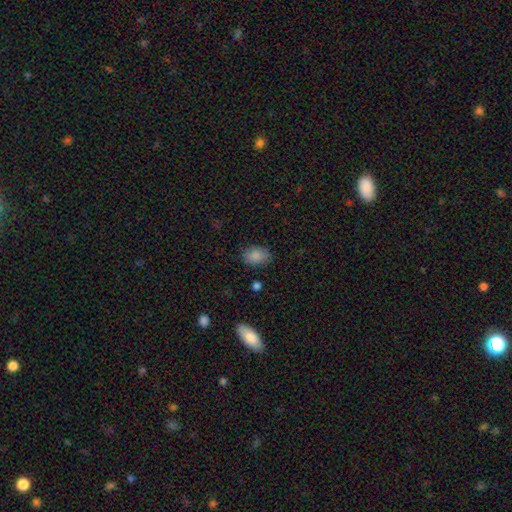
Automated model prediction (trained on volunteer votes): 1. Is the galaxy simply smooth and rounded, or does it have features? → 86% smooth, 9% star or artifact, 5% featured or disk.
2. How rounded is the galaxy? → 83% in between, 16% round, 1% cigar-shaped.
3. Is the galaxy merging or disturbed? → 83% none, 12% minor disturbance, 3% major disturbance, 1% merger.